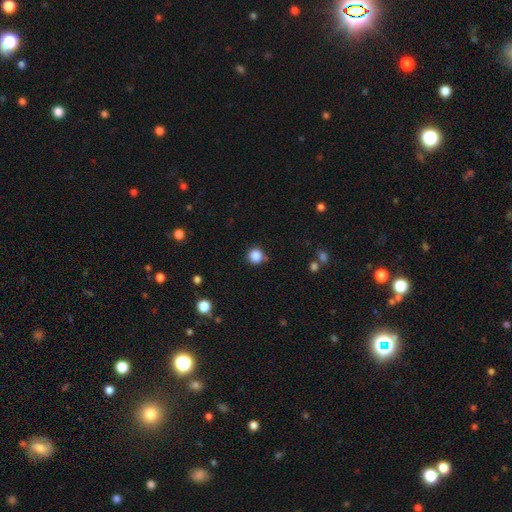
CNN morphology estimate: A smooth galaxy with no disk features (86%) that is round (92%).

Vote fractions:
- Smooth or featured? smooth: 86% / star or artifact: 11% / featured or disk: 3%
- How rounded? round: 92% / in between: 7% / cigar-shaped: 1%
- Merging? none: 82% / minor disturbance: 12% / major disturbance: 3% / merger: 3%